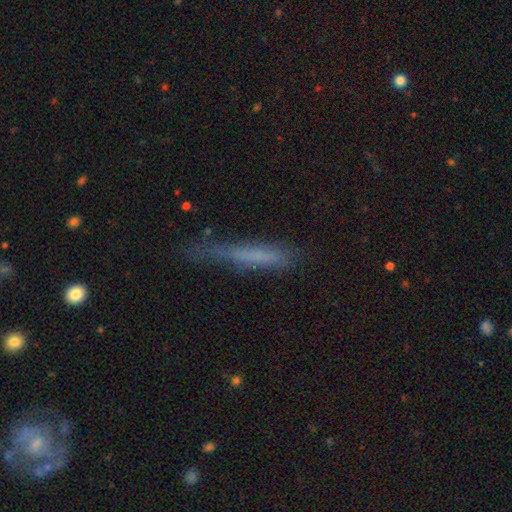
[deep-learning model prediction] smooth 58%, featured or disk 31%, star or artifact 11%. Down the decision tree: how rounded — cigar-shaped (93%); merging — none (57%).